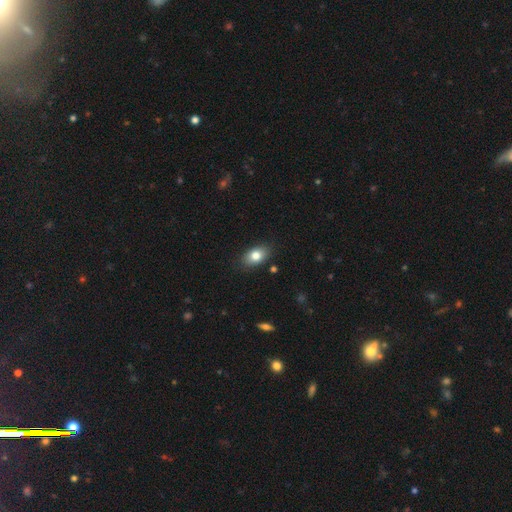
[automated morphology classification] This appears to be a smooth galaxy with no disk features (80%) that is in between round and cigar-shaped (87%). Merging: none (85%).